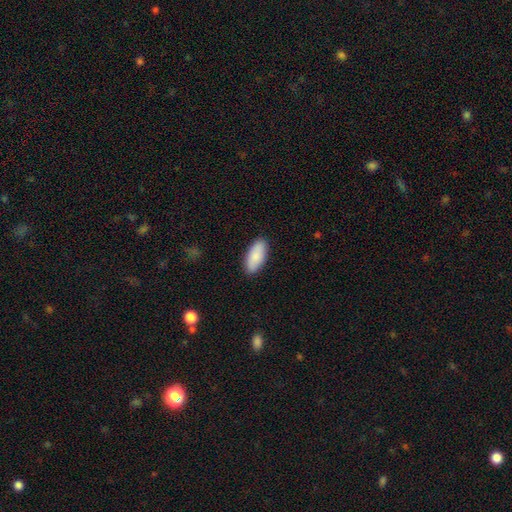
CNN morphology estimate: The model was most divided on "how rounded": in between: 88%, cigar-shaped: 10%, round: 2%. More confident: merging — none (89%); smooth or featured — smooth (89%).